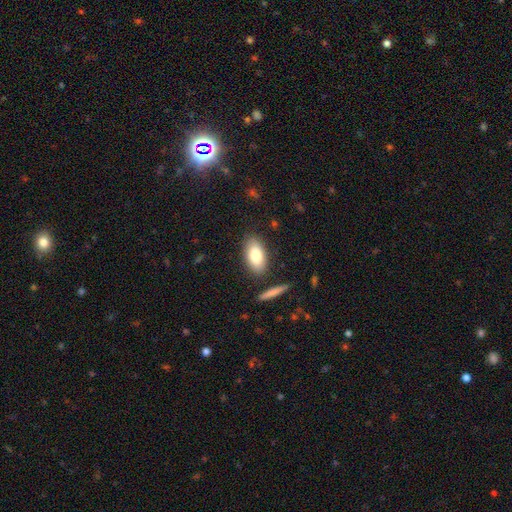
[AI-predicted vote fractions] smooth-or-featured: smooth: 81% | featured or disk: 12% | star or artifact: 7%
  how-rounded: in between: 91% | cigar-shaped: 5% | round: 4%
  merging: none: 84% | minor disturbance: 10% | merger: 3% | major disturbance: 3%